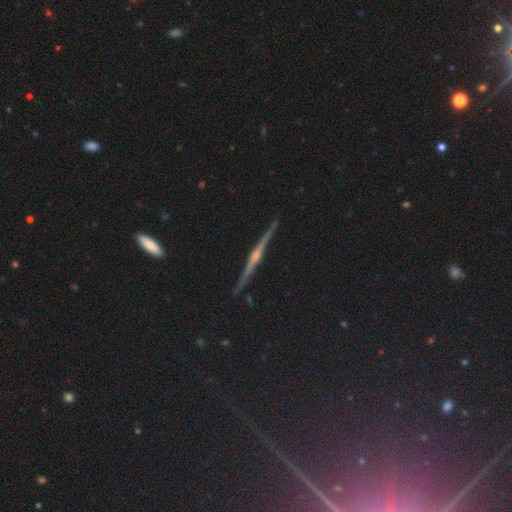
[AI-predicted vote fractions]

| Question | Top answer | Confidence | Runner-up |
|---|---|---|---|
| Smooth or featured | featured or disk | 78% | star or artifact (12%) |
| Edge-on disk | yes | 98% | no (2%) |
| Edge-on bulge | rounded | 78% | none (12%) |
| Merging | none | 91% | minor disturbance (6%) |